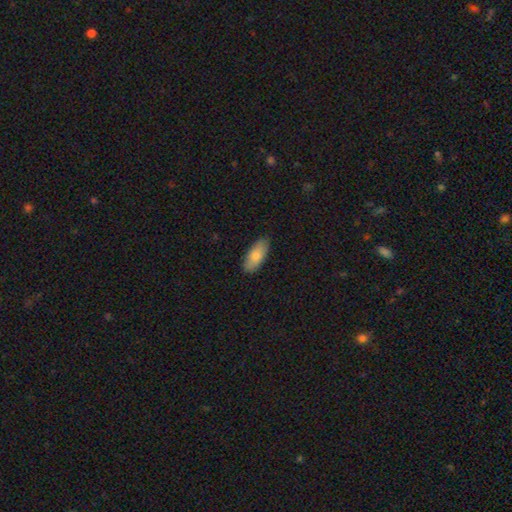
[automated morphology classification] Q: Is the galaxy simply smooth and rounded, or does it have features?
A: smooth — 78%.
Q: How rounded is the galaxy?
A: in between — 85%.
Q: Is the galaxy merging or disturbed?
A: none — 87%.